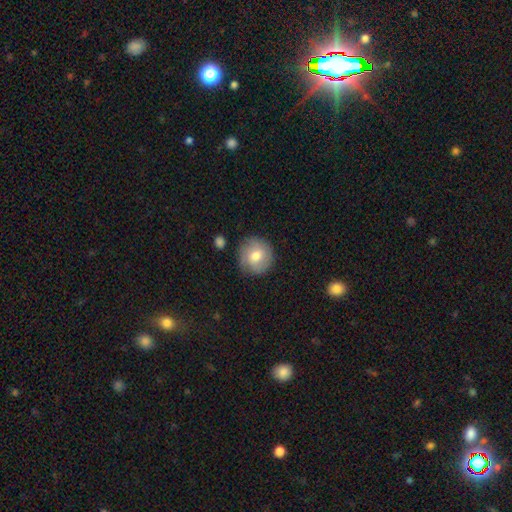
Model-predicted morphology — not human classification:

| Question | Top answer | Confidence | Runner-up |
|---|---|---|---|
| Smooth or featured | smooth | 66% | featured or disk (27%) |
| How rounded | round | 92% | in between (7%) |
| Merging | none | 81% | minor disturbance (14%) |